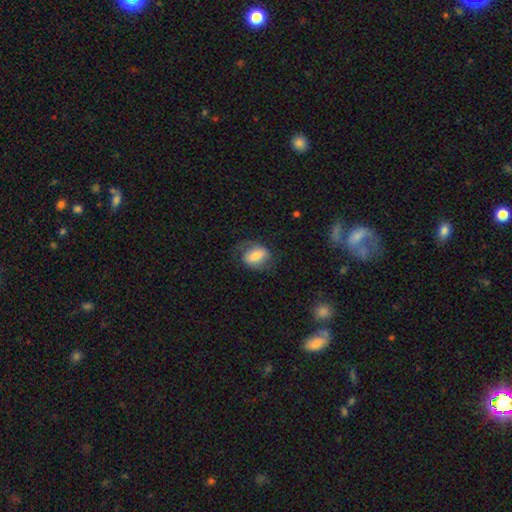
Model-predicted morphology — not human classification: smooth-or-featured: smooth: 52% | featured or disk: 41% | star or artifact: 7%
  how-rounded: in between: 74% | round: 24% | cigar-shaped: 2%
  merging: none: 63% | minor disturbance: 21% | major disturbance: 15% | merger: 1%